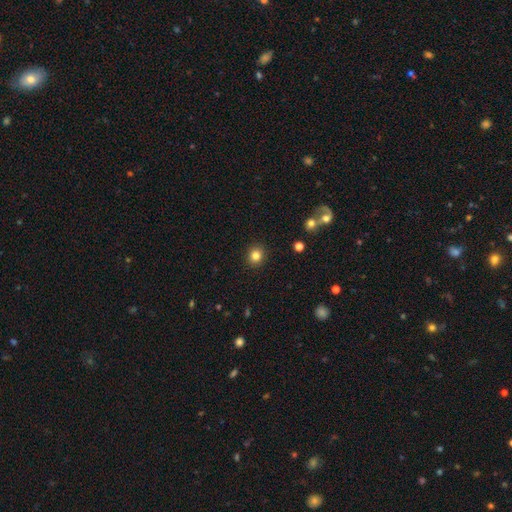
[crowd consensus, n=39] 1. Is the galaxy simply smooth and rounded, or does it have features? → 79% smooth, 13% featured or disk, 8% star or artifact.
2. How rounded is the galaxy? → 94% round, 6% in between, 0% cigar-shaped.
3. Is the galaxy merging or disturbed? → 81% none, 14% minor disturbance, 3% major disturbance, 3% merger.